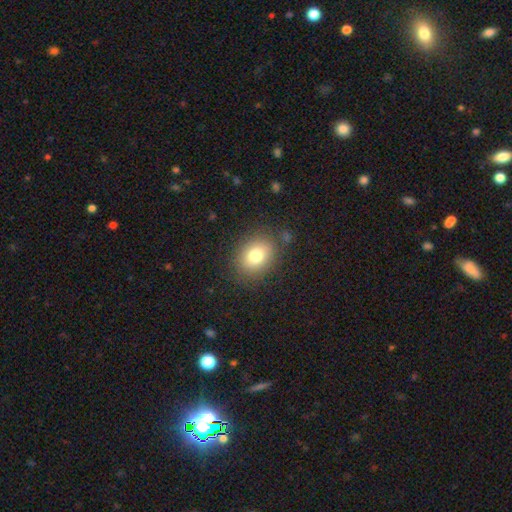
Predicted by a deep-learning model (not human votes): The model was most divided on "how rounded": round: 50%, in between: 49%, cigar-shaped: 1%. More confident: merging — none (83%); smooth or featured — smooth (79%).